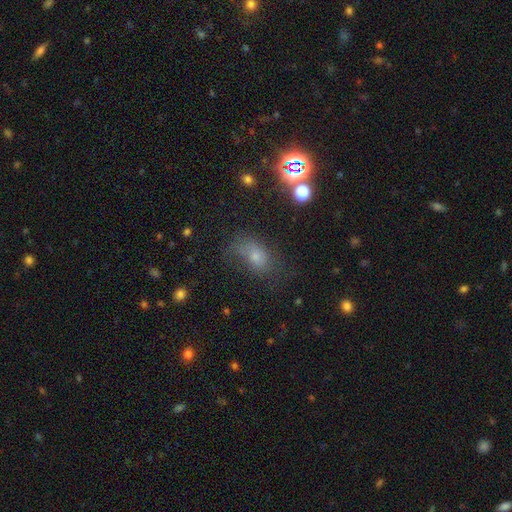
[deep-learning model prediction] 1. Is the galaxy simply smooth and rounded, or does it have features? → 60% smooth, 22% star or artifact, 18% featured or disk.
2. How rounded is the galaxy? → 78% in between, 19% round, 2% cigar-shaped.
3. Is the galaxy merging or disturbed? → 47% none, 26% minor disturbance, 22% major disturbance, 4% merger.